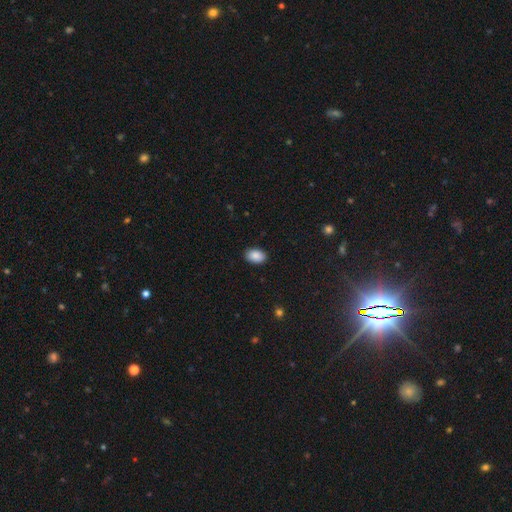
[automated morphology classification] Smooth or featured: smooth — 89% (star or artifact — 8%)
How rounded: in between — 86% (round — 13%)
Merging: none — 90% (minor disturbance — 8%)